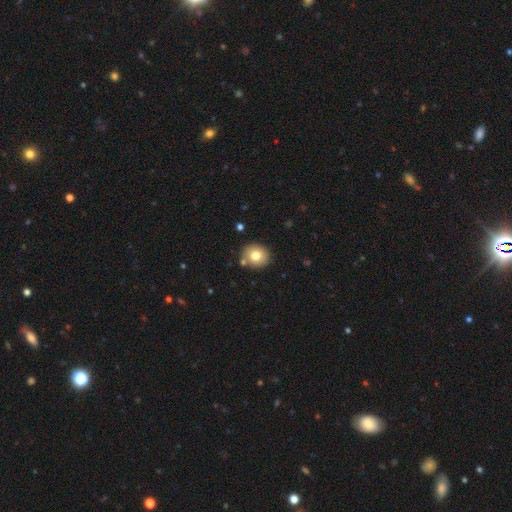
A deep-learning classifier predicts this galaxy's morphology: The model was most divided on "how rounded": round: 80%, in between: 19%, cigar-shaped: 1%. More confident: merging — none (82%); smooth or featured — smooth (76%).